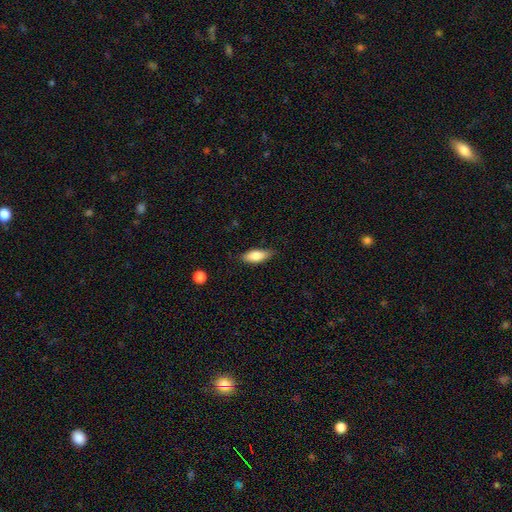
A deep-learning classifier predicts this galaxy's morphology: This appears to be a smooth galaxy with no disk features (81%) that is in between round and cigar-shaped (78%). Merging: none (79%).